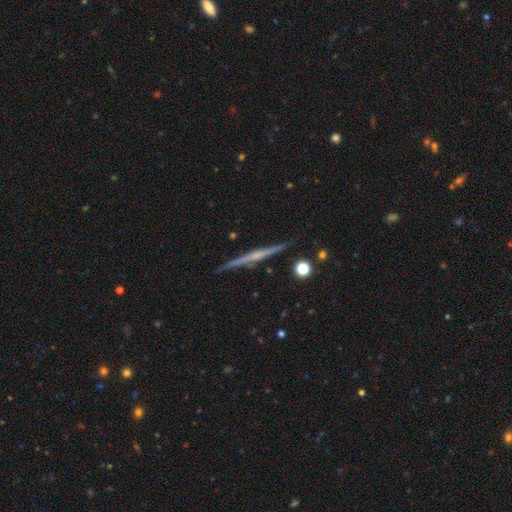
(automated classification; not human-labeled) Morphology: type=featured or disk (74%); edge-on=yes (98%); edge-on bulge=none (51%); merging=none (90%).